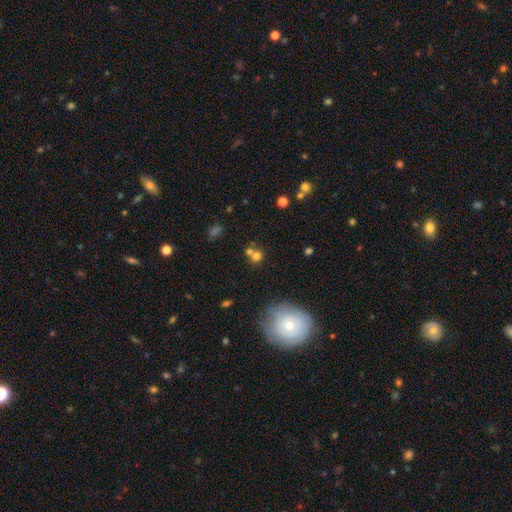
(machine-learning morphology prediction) Q: Smooth or featured?
A: smooth (69%); runner-up: star or artifact (19%)
Q: How rounded?
A: round (83%); runner-up: in between (16%)
Q: Merging?
A: none (49%); runner-up: merger (39%)